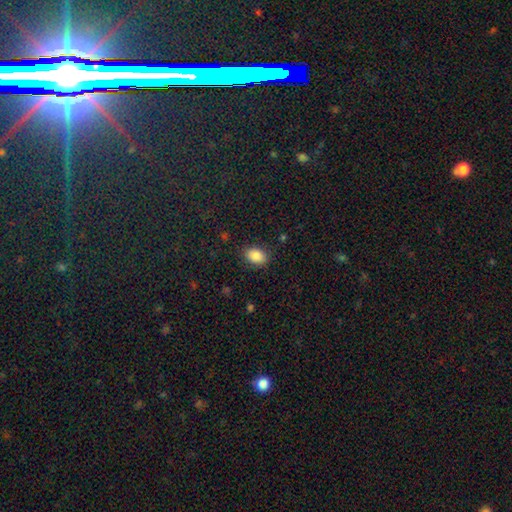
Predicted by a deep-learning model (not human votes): A smooth galaxy with no disk features (87%) that is in between round and cigar-shaped (82%).

Vote fractions:
- Smooth or featured? smooth: 87% / star or artifact: 9% / featured or disk: 5%
- How rounded? in between: 82% / round: 17% / cigar-shaped: 1%
- Merging? none: 86% / minor disturbance: 10% / major disturbance: 3% / merger: 1%